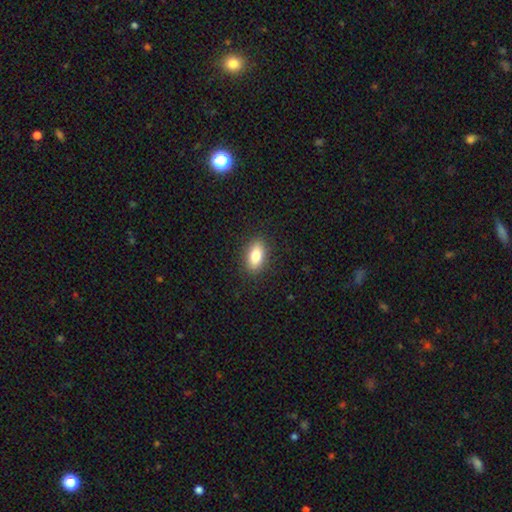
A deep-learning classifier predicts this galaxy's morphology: A smooth galaxy with no disk features (82%) that is in between round and cigar-shaped (88%). Merging: none (88%).